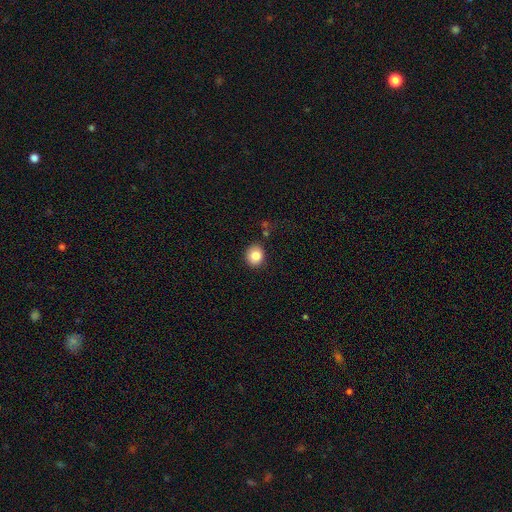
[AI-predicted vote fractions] Smooth or featured: smooth — 85% (star or artifact — 9%)
How rounded: round — 77% (in between — 22%)
Merging: none — 86% (minor disturbance — 9%)